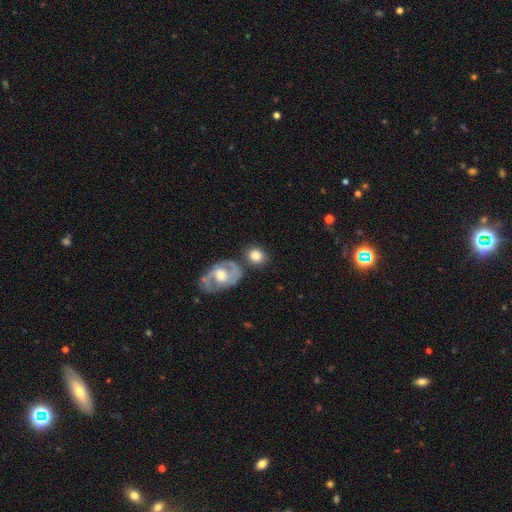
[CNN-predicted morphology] This appears to be a smooth galaxy with no disk features (71%) that is round (68%). Merging: none (68%).